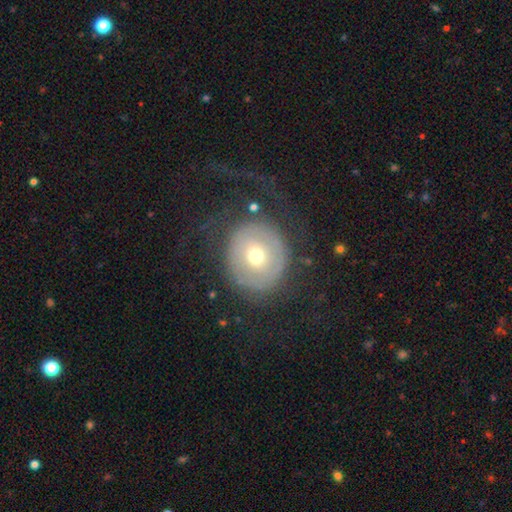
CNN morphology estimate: smooth-or-featured: smooth: 47% | featured or disk: 44% | star or artifact: 9%
  merging: none: 58% | major disturbance: 25% | minor disturbance: 15% | merger: 2%